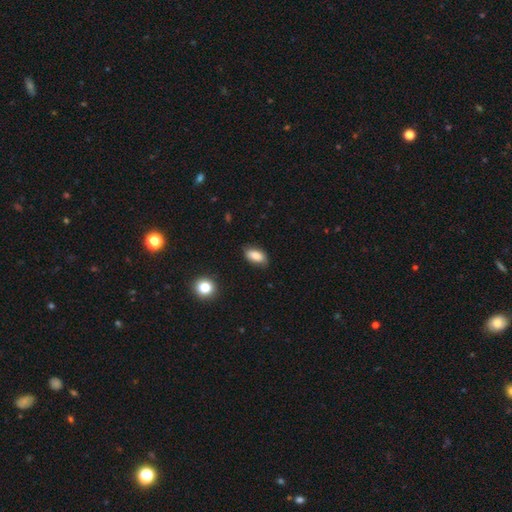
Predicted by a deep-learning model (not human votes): smooth_or_featured: smooth (p=0.82) [alt: featured or disk p=0.10]
how_rounded: in between (p=0.90) [alt: round p=0.05]
merging: none (p=0.78) [alt: minor disturbance p=0.17]